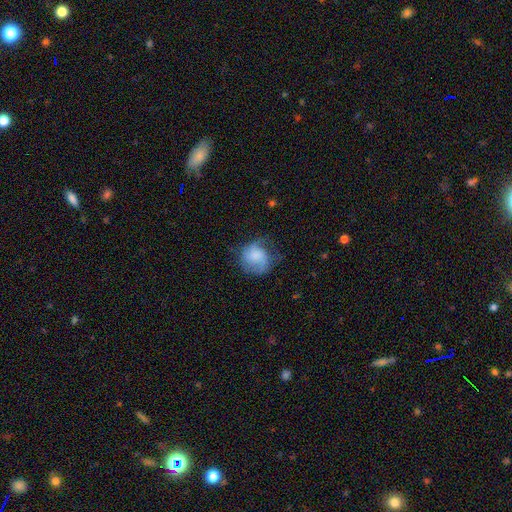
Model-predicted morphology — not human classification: Smooth or featured: smooth — 57% (featured or disk — 35%)
How rounded: round — 78% (in between — 21%)
Merging: none — 49% (minor disturbance — 29%)